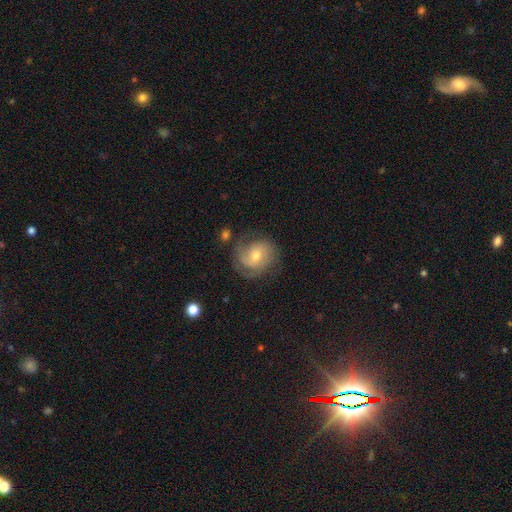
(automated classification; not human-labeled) Smooth or featured: featured or disk — 68% (smooth — 25%)
Edge-on disk: no — 97% (yes — 3%)
Bar: no — 67% (weak — 28%)
Spiral arms: yes — 89% (no — 11%)
Spiral winding: tight — 51% (medium — 36%)
Spiral arm count: 2 — 42% (can't tell — 25%)
Bulge size: moderate — 61% (small — 33%)
Merging: none — 65% (minor disturbance — 21%)